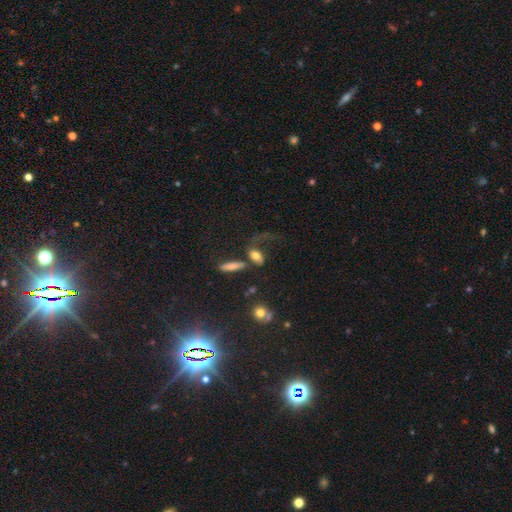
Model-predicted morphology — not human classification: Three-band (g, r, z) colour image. It shows a smooth galaxy with no disk features (64%) that is in between round and cigar-shaped (77%). Merging: major disturbance (38%).